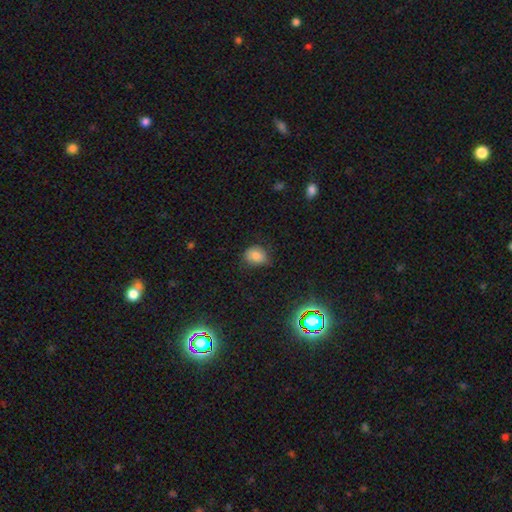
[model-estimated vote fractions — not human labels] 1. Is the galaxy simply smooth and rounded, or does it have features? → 78% smooth, 12% star or artifact, 10% featured or disk.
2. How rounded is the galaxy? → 58% round, 41% in between, 1% cigar-shaped.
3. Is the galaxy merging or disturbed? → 69% none, 24% minor disturbance, 6% major disturbance, 1% merger.